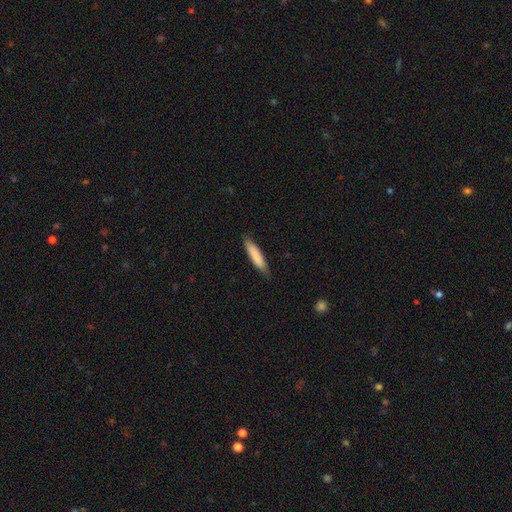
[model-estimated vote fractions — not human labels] A smooth galaxy with no disk features (82%) that is cigar-shaped (81%).

Vote fractions:
- Smooth or featured? smooth: 82% / featured or disk: 12% / star or artifact: 5%
- How rounded? cigar-shaped: 81% / in between: 17% / round: 1%
- Merging? none: 81% / minor disturbance: 16% / major disturbance: 2% / merger: 1%